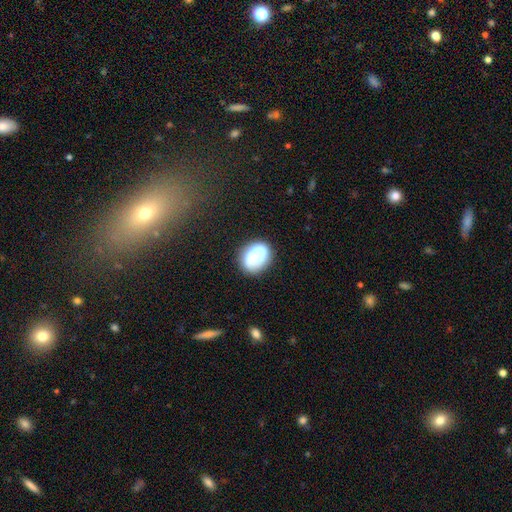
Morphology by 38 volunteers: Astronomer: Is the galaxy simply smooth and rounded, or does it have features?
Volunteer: smooth — 84%.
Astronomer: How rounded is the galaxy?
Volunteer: in between — 94%.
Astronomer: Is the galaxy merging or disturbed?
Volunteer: none — 77%.